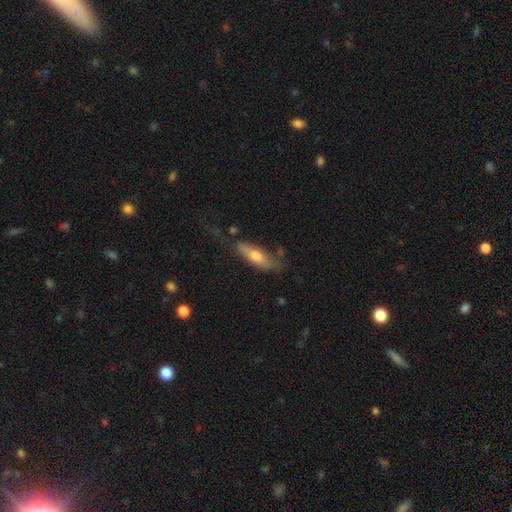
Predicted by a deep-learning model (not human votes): smooth-or-featured: smooth: 54% | featured or disk: 39% | star or artifact: 6%
  how-rounded: cigar-shaped: 59% | in between: 38% | round: 2%
  merging: none: 61% | minor disturbance: 25% | major disturbance: 10% | merger: 4%